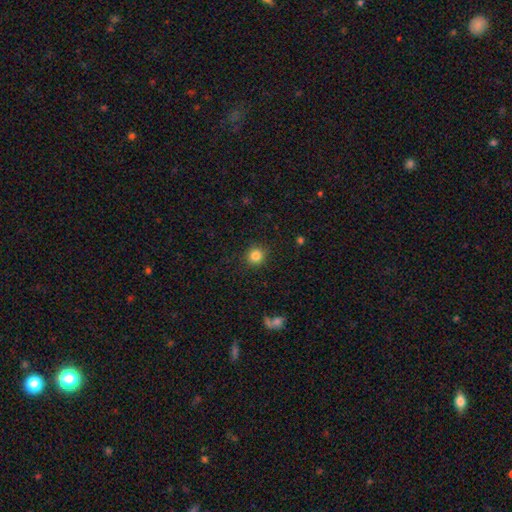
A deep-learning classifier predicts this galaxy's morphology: Overall: smooth (84%). How rounded: round (91%). Merging: none (91%).